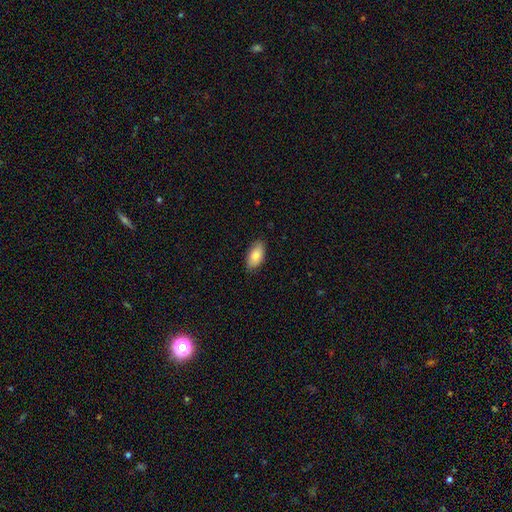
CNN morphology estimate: Smooth or featured: smooth — 83% (featured or disk — 10%)
How rounded: in between — 93% (cigar-shaped — 4%)
Merging: none — 85% (minor disturbance — 12%)